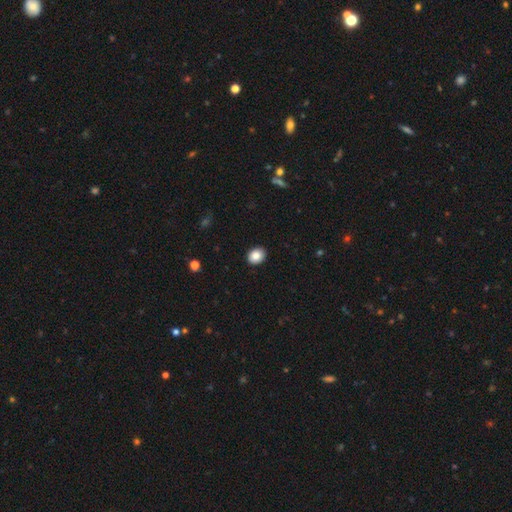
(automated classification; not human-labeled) smooth 84%, star or artifact 9%, featured or disk 7%. Down the decision tree: how rounded — round (50%); merging — none (91%).